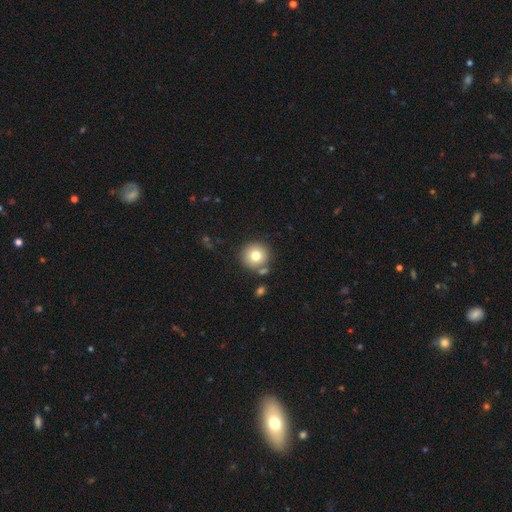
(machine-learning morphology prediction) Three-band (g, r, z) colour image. It shows a smooth galaxy with no disk features (76%) that is round (94%). Merging: none (78%).